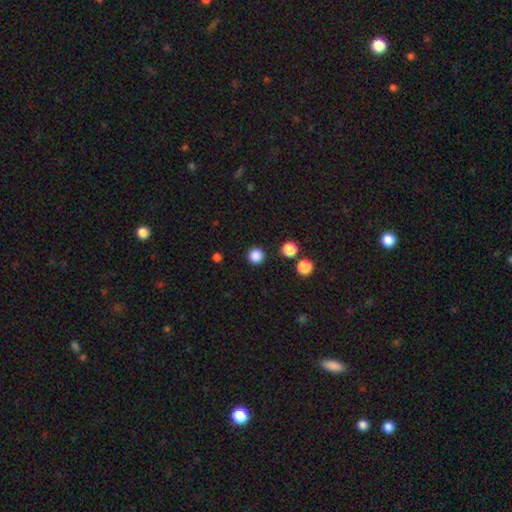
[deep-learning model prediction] Morphology: type=smooth (85%); roundness=round (96%); merging=none (91%).